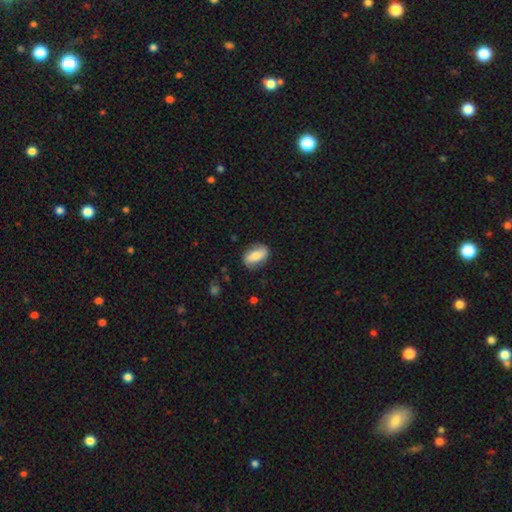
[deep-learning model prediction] smooth_or_featured: smooth (p=0.62) [alt: featured or disk p=0.31]
how_rounded: in between (p=0.85) [alt: round p=0.10]
merging: none (p=0.80) [alt: minor disturbance p=0.14]